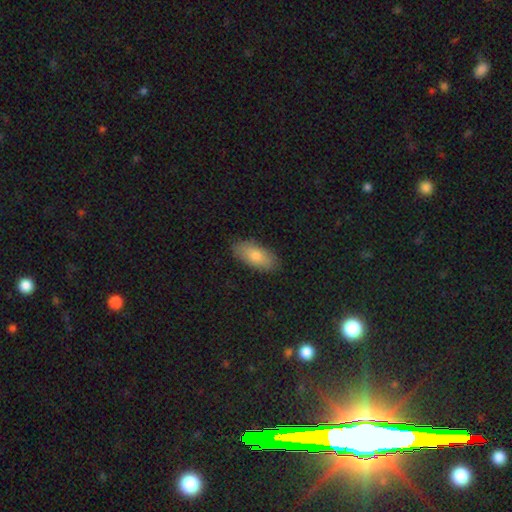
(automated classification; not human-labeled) Morphology: type=smooth (79%); roundness=in between (86%); merging=none (87%).